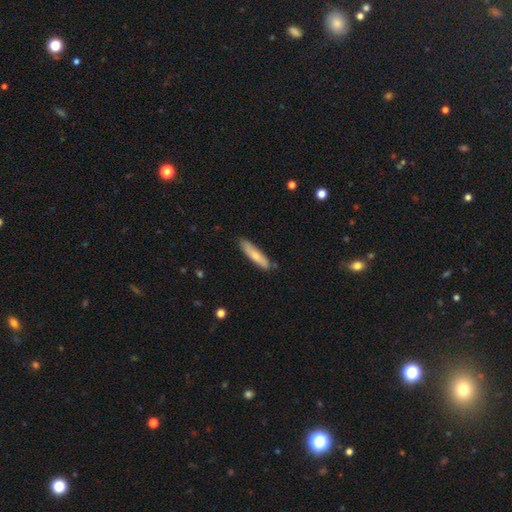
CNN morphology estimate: A smooth galaxy with no disk features (72%) that is cigar-shaped (79%). Merging: none (82%).